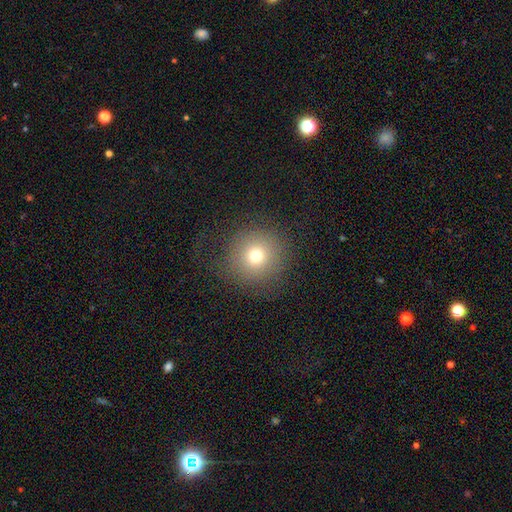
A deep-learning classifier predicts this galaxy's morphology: Smooth or featured: smooth — 72% (star or artifact — 16%)
How rounded: round — 94% (in between — 5%)
Merging: none — 82% (minor disturbance — 10%)